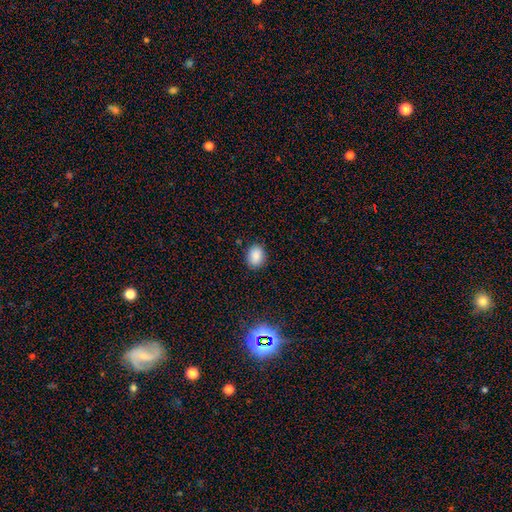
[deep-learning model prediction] Q: Smooth or featured?
A: smooth (86%); runner-up: star or artifact (10%)
Q: How rounded?
A: in between (60%); runner-up: round (39%)
Q: Merging?
A: none (86%); runner-up: minor disturbance (10%)